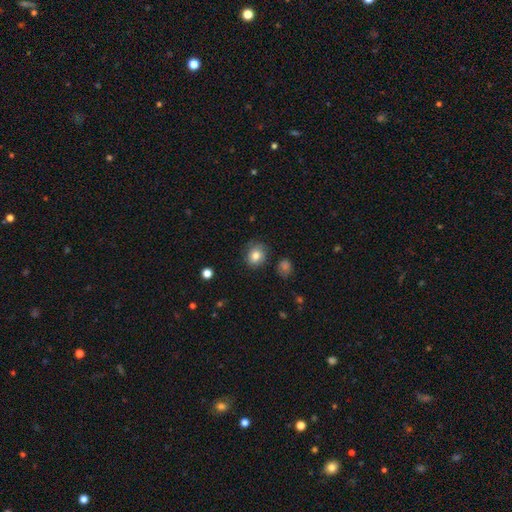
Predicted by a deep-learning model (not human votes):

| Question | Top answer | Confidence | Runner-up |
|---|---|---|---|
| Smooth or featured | smooth | 82% | star or artifact (9%) |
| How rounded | round | 70% | in between (29%) |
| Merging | none | 77% | minor disturbance (17%) |